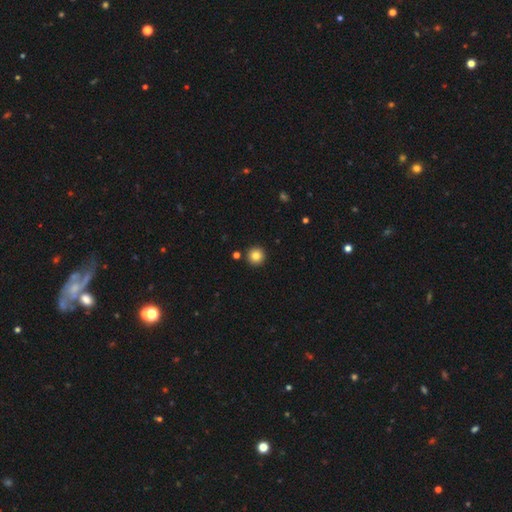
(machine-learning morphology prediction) Smooth or featured?
  - smooth: 83% *
  - star or artifact: 11%
  - featured or disk: 6%
How rounded?
  - round: 96% *
  - in between: 3%
  - cigar-shaped: 1%
Merging?
  - none: 92% *
  - minor disturbance: 5%
  - merger: 2%
  - major disturbance: 2%